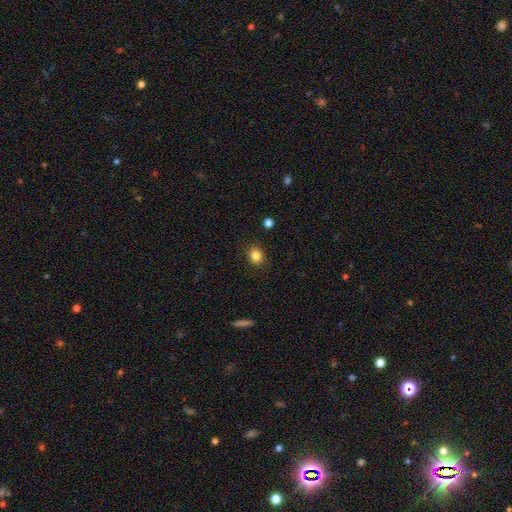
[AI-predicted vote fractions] The model was most divided on "how rounded": round: 58%, in between: 40%, cigar-shaped: 1%. More confident: merging — none (88%); smooth or featured — smooth (83%).